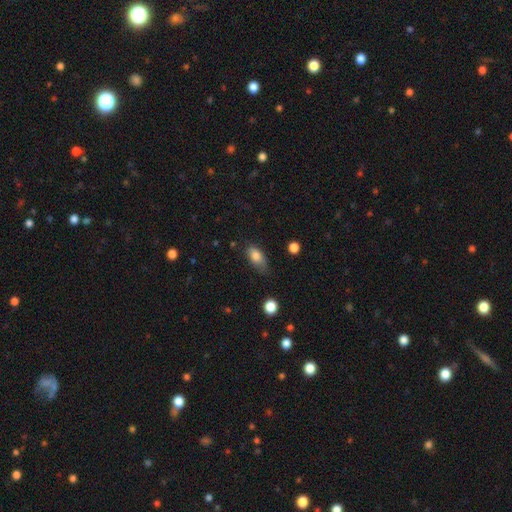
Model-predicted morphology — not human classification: Smooth or featured?
  - smooth: 81% *
  - featured or disk: 11%
  - star or artifact: 8%
How rounded?
  - in between: 87% *
  - round: 8%
  - cigar-shaped: 6%
Merging?
  - none: 54% *
  - minor disturbance: 34%
  - major disturbance: 9%
  - merger: 2%